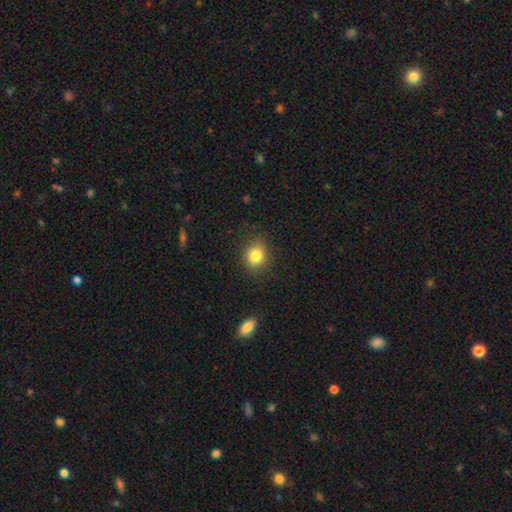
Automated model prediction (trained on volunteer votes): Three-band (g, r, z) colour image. It shows a smooth galaxy with no disk features (83%) that is round (62%). Merging: none (84%).